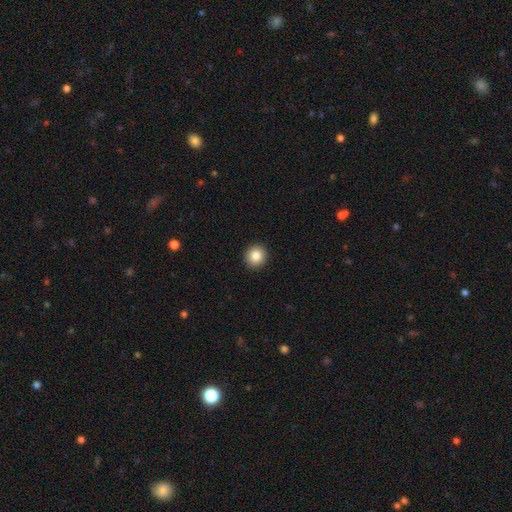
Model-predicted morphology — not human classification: The model was most divided on "smooth or featured": smooth: 85%, star or artifact: 9%, featured or disk: 6%. More confident: merging — none (93%); how rounded — round (89%).